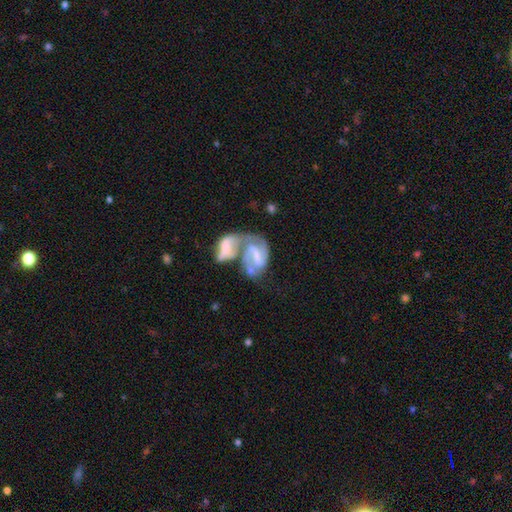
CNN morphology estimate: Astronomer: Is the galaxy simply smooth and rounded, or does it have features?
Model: featured or disk — 78%.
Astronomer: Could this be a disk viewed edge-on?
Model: no — 97%.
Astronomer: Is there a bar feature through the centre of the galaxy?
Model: weak — 41% (runner-up: strong, 39%).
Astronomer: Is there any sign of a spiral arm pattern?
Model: yes — 87%.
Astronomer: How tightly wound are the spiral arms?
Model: medium — 47% (runner-up: tight, 27%).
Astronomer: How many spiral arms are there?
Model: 2 — 76%.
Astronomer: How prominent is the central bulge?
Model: small — 41% (runner-up: none, 29%).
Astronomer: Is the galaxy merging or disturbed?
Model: merger — 68%.